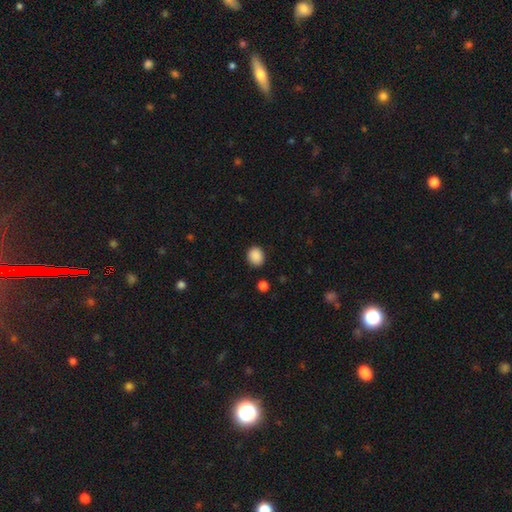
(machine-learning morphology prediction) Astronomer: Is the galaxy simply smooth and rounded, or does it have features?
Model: smooth — 89%.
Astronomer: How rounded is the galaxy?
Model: round — 65%.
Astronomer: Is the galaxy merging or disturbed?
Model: none — 87%.